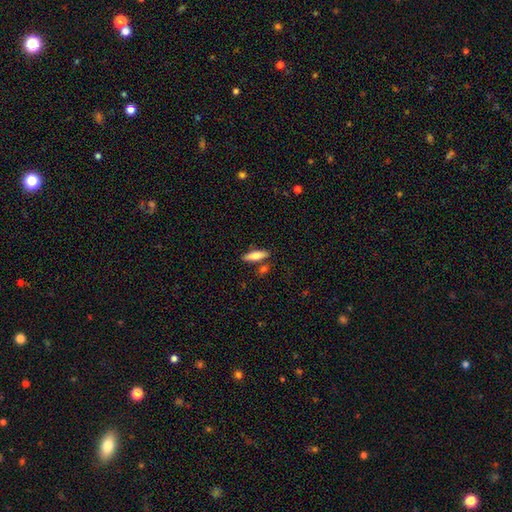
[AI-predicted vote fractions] Smooth or featured?
  - smooth: 76% *
  - featured or disk: 18%
  - star or artifact: 6%
How rounded?
  - cigar-shaped: 57% *
  - in between: 40%
  - round: 2%
Merging?
  - none: 78% *
  - minor disturbance: 11%
  - merger: 8%
  - major disturbance: 3%